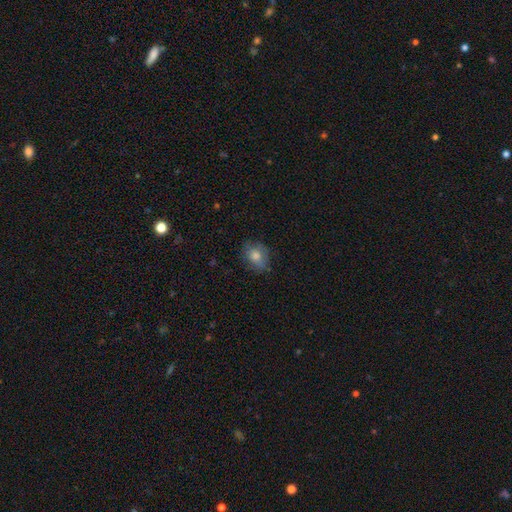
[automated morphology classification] Smooth or featured: smooth — 72% (featured or disk — 16%)
How rounded: round — 53% (in between — 46%)
Merging: none — 76% (minor disturbance — 18%)